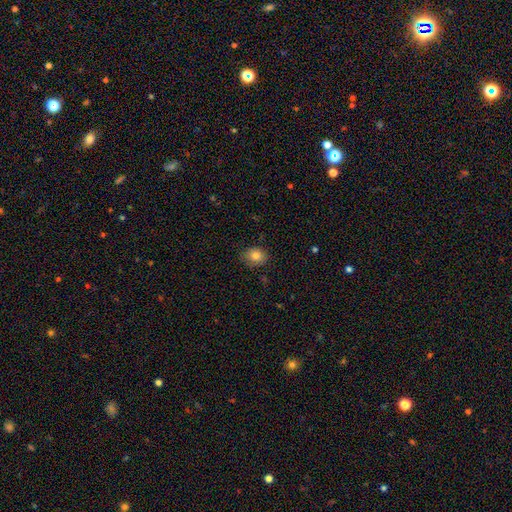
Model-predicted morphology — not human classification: This is clearly a smooth galaxy (84%). How rounded: possibly round (52%). Merging: clearly none (81%).